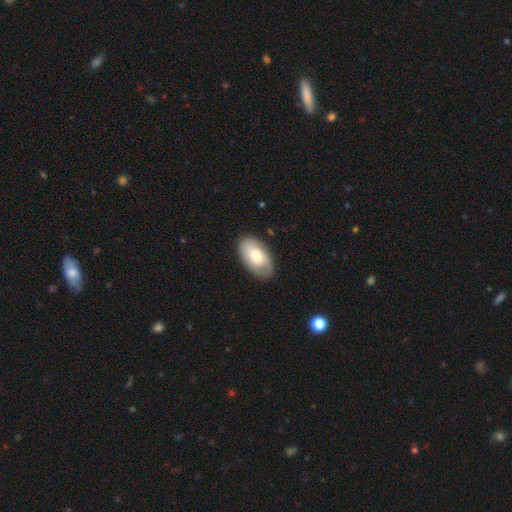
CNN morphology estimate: smooth-or-featured: smooth: 68% | featured or disk: 26% | star or artifact: 6%
  how-rounded: in between: 95% | round: 4% | cigar-shaped: 2%
  merging: none: 84% | minor disturbance: 12% | major disturbance: 3% | merger: 1%